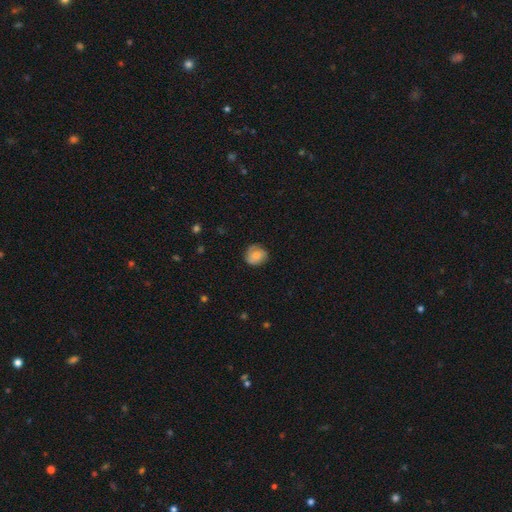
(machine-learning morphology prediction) Smooth or featured?
  - smooth: 67% *
  - featured or disk: 25%
  - star or artifact: 8%
How rounded?
  - round: 75% *
  - in between: 24%
  - cigar-shaped: 1%
Merging?
  - none: 73% *
  - minor disturbance: 21%
  - major disturbance: 6%
  - merger: 1%